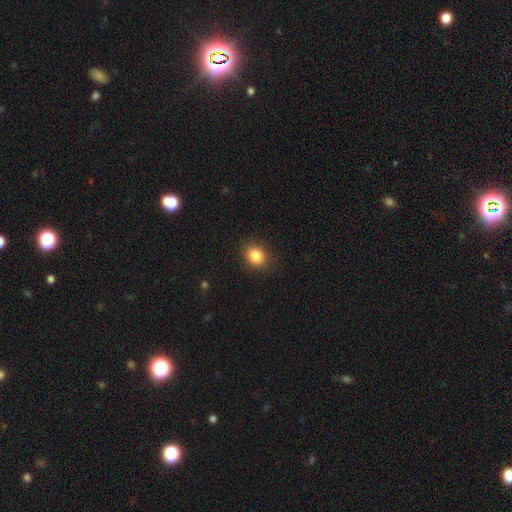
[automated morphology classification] The model was most divided on "how rounded": round: 60%, in between: 39%, cigar-shaped: 1%. More confident: merging — none (88%); smooth or featured — smooth (85%).